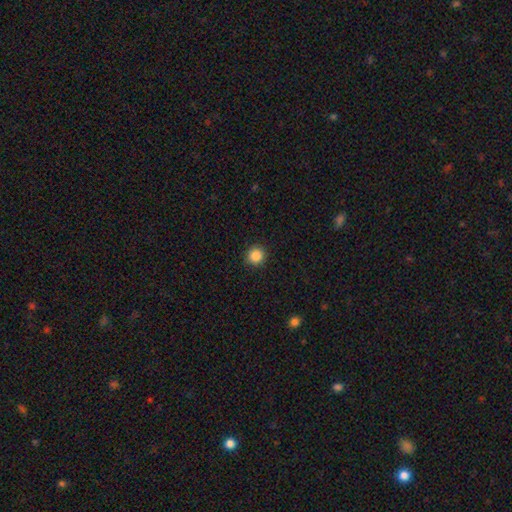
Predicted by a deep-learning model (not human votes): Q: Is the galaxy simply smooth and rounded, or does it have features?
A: smooth — 86%.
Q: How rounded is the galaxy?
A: round — 94%.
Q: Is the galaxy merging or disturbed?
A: none — 92%.